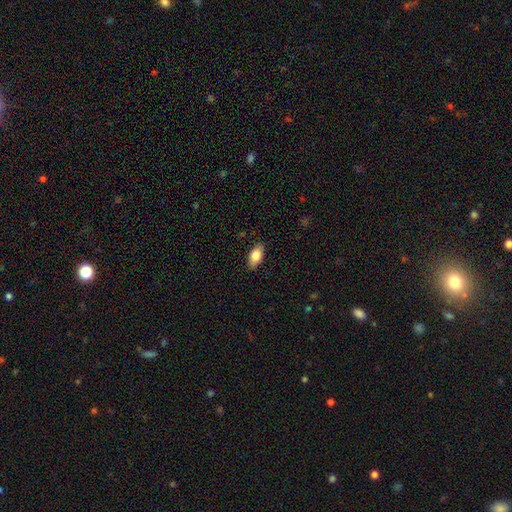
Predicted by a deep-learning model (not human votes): This appears to be a smooth galaxy with no disk features (80%) that is in between round and cigar-shaped (90%). Merging: none (87%).